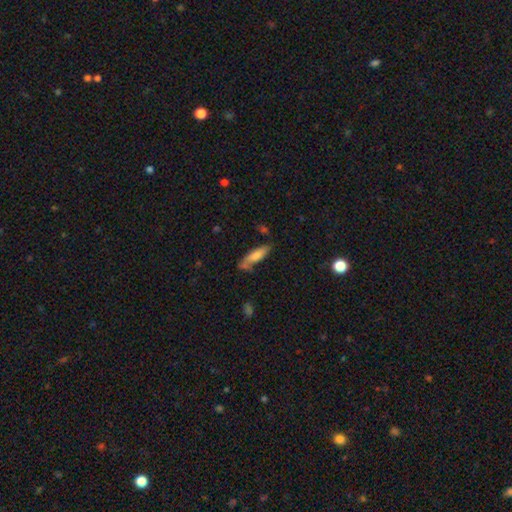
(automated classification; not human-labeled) smooth 75%, featured or disk 18%, star or artifact 7%. Down the decision tree: how rounded — cigar-shaped (58%); merging — none (57%).